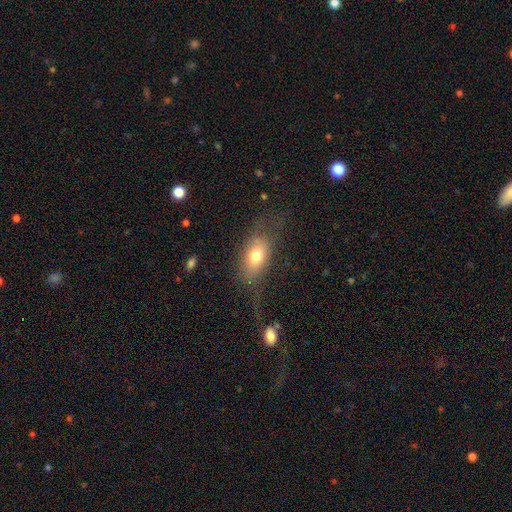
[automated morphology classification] smooth-or-featured: smooth: 70% | featured or disk: 21% | star or artifact: 9%
  how-rounded: in between: 85% | round: 9% | cigar-shaped: 6%
  merging: none: 52% | major disturbance: 25% | minor disturbance: 21% | merger: 3%